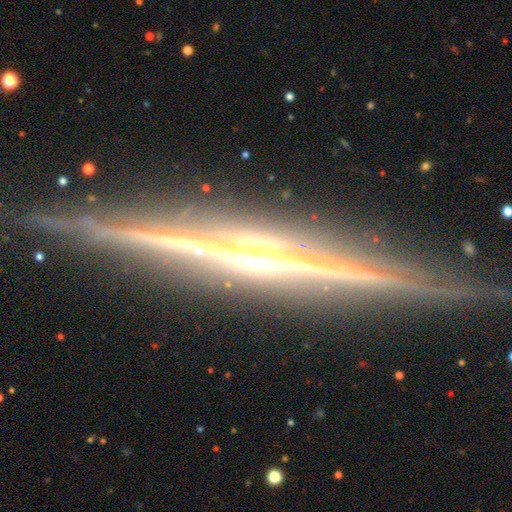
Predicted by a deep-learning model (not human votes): Smooth or featured? featured or disk (90%)
Edge-on disk? yes (98%)
Edge-on bulge? rounded (80%)
Merging? none (90%)